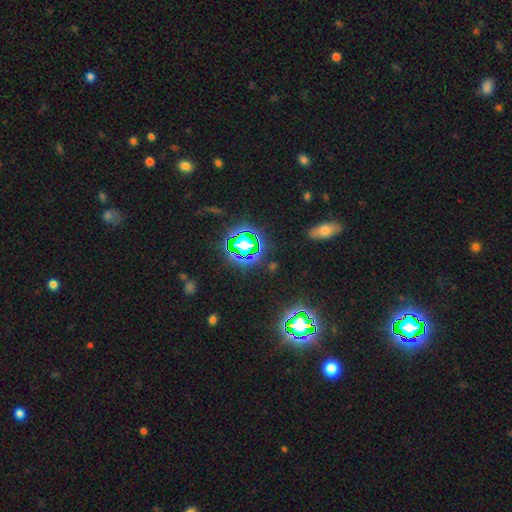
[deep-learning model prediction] smooth_or_featured: star or artifact (p=0.77) [alt: smooth p=0.14]